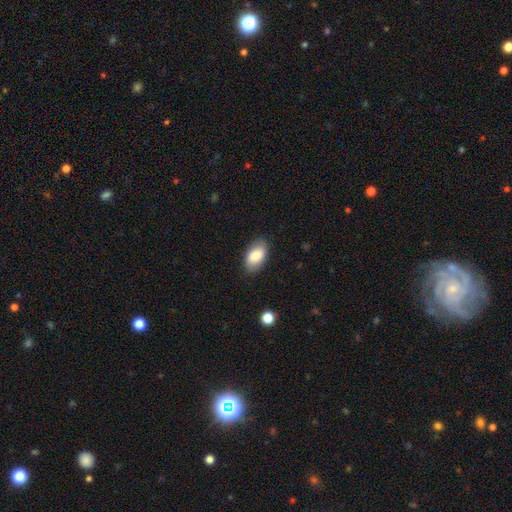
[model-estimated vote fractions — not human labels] smooth 85%, featured or disk 9%, star or artifact 6%. Down the decision tree: how rounded — in between (94%); merging — none (84%).